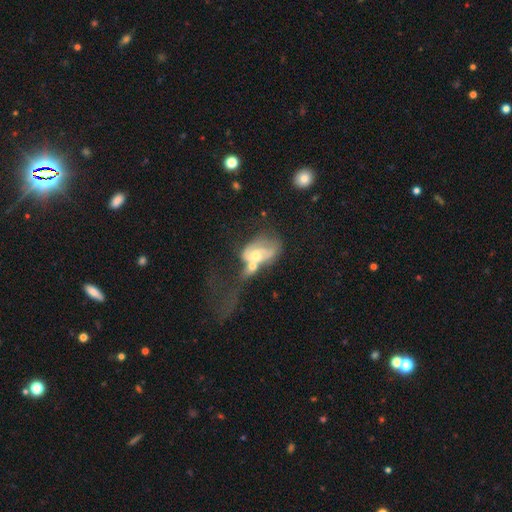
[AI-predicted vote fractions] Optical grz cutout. It shows a featured or disk galaxy (61%) with no bar (75%), no spiral arms (53%) and a moderate central bulge (64%). Merging: merger (53%).